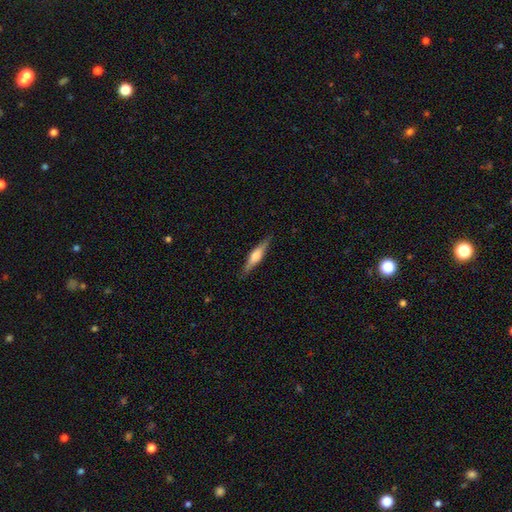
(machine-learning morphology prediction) featured or disk 58%, smooth 36%, star or artifact 6%. Down the decision tree: edge-on disk — yes (96%); edge-on bulge — rounded (80%); merging — none (88%).